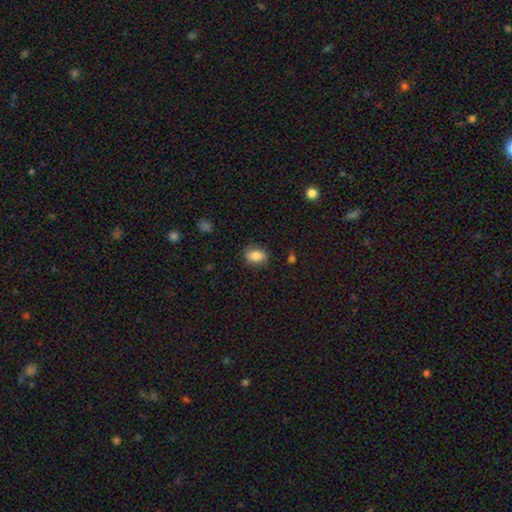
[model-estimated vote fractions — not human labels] A smooth galaxy with no disk features (81%) that is in between round and cigar-shaped (78%). Merging: none (81%).